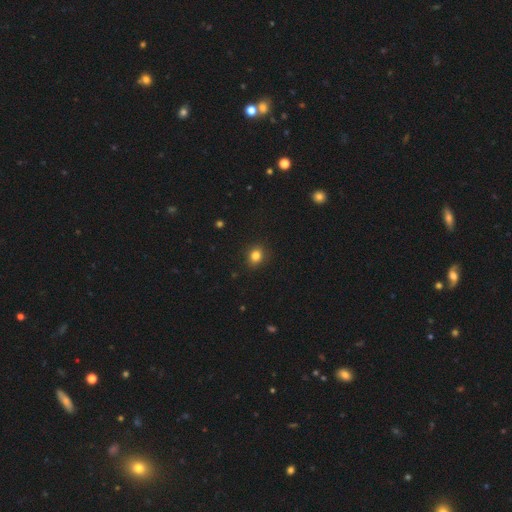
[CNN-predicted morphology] smooth_or_featured: smooth (p=0.82) [alt: star or artifact p=0.12]
how_rounded: round (p=0.64) [alt: in between p=0.35]
merging: none (p=0.88) [alt: minor disturbance p=0.09]